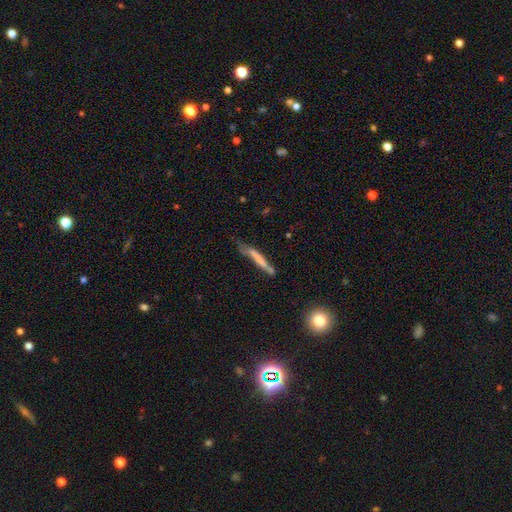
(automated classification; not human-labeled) This appears to be a smooth galaxy with no disk features (53%) that is cigar-shaped (94%). Merging: none (59%).